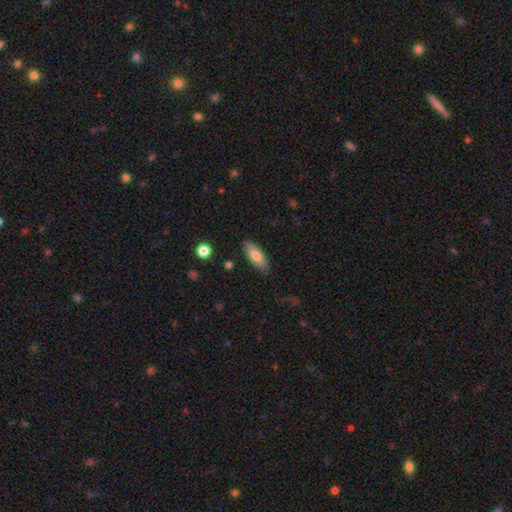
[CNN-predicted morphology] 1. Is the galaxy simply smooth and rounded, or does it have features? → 75% smooth, 18% featured or disk, 6% star or artifact.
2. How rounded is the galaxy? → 68% in between, 30% cigar-shaped, 2% round.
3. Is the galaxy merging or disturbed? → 84% none, 12% minor disturbance, 2% major disturbance, 2% merger.